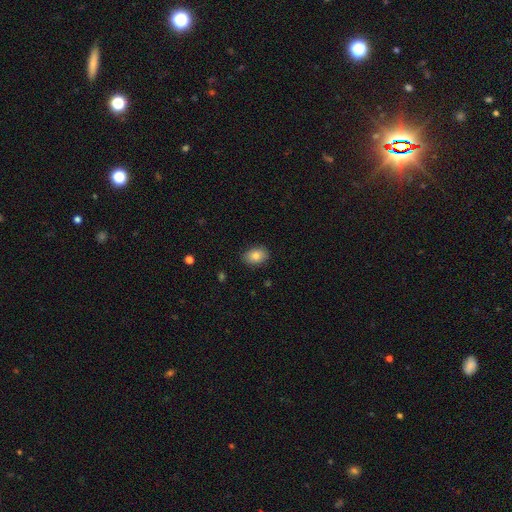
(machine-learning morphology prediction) Smooth or featured?
  - smooth: 84% *
  - star or artifact: 8%
  - featured or disk: 8%
How rounded?
  - in between: 80% *
  - round: 19%
  - cigar-shaped: 1%
Merging?
  - none: 87% *
  - minor disturbance: 10%
  - major disturbance: 2%
  - merger: 1%